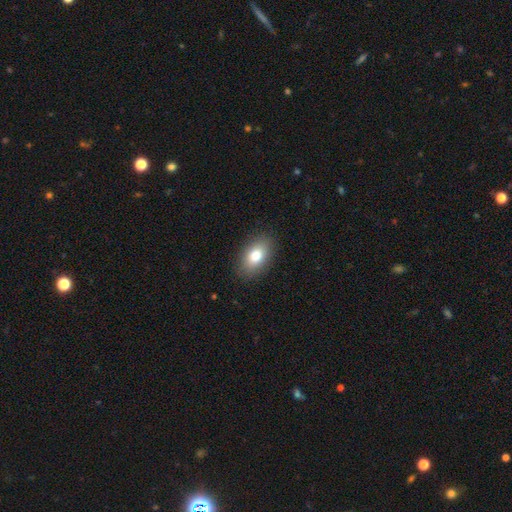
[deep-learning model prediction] A smooth galaxy with no disk features (80%) that is in between round and cigar-shaped (90%).

Vote fractions:
- Smooth or featured? smooth: 80% / featured or disk: 12% / star or artifact: 8%
- How rounded? in between: 90% / round: 8% / cigar-shaped: 2%
- Merging? none: 87% / minor disturbance: 9% / major disturbance: 3% / merger: 1%